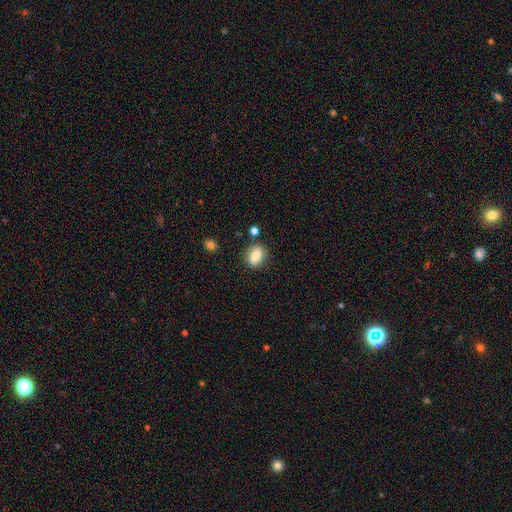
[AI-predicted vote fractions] Overall: smooth (75%). How rounded: in between (59%; round 39%). Merging: none (74%).